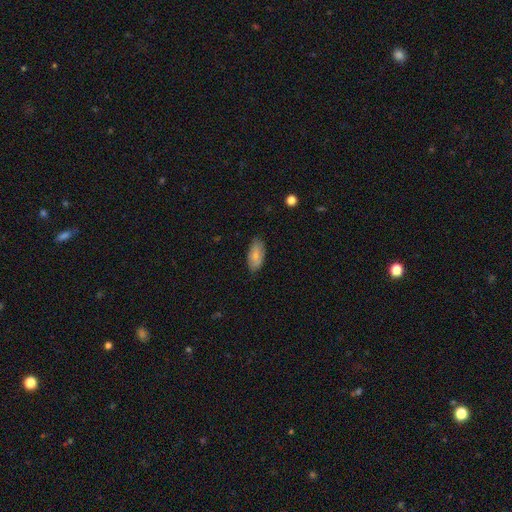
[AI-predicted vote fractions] A smooth galaxy with no disk features (72%) that is in between round and cigar-shaped (91%). Merging: none (81%).